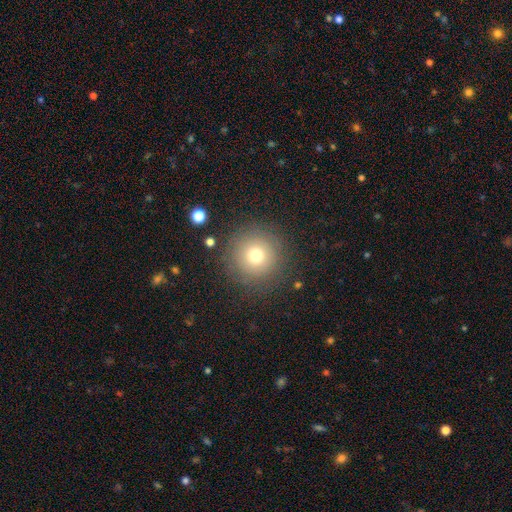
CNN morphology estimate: This appears to be a smooth galaxy with no disk features (71%) that is round (96%). Merging: none (86%).